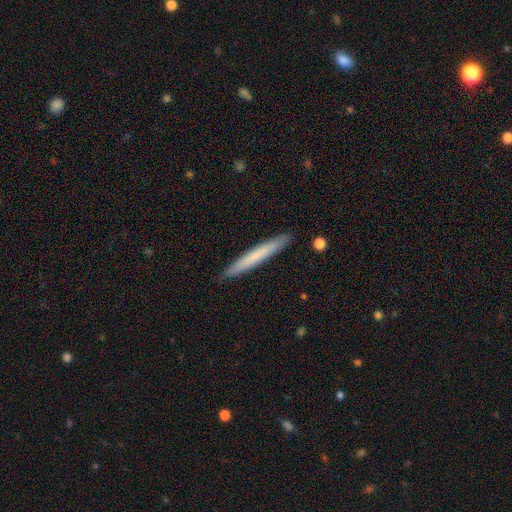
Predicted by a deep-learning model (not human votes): smooth-or-featured: smooth: 69% | featured or disk: 25% | star or artifact: 5%
  how-rounded: cigar-shaped: 97% | in between: 2% | round: 1%
  merging: none: 91% | minor disturbance: 6% | major disturbance: 1% | merger: 1%